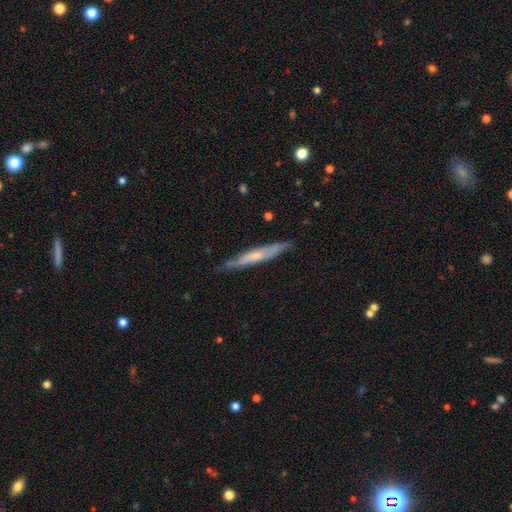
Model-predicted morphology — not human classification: Smooth or featured?
  - featured or disk: 52% *
  - smooth: 42%
  - star or artifact: 6%
Edge-on disk?
  - yes: 87% *
  - no: 13%
Merging?
  - none: 77% *
  - minor disturbance: 19%
  - major disturbance: 3%
  - merger: 2%